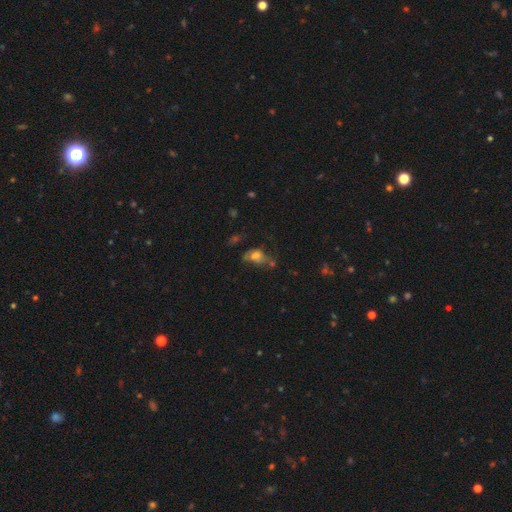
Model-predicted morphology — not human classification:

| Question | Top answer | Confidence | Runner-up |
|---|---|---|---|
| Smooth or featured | smooth | 52% | featured or disk (29%) |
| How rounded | in between | 71% | round (26%) |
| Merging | major disturbance | 30% | none (28%) |